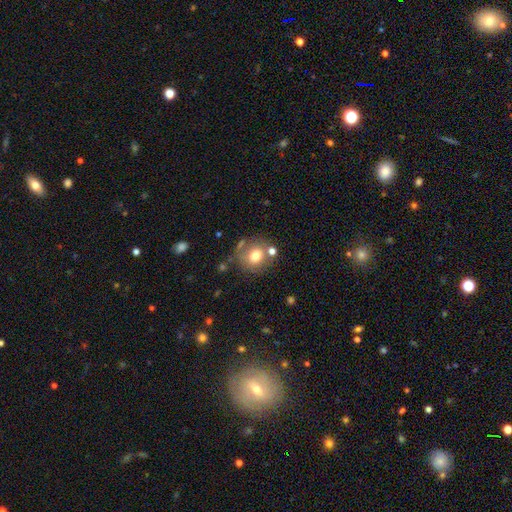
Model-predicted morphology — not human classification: A smooth galaxy with no disk features (73%) that is round (81%).

Vote fractions:
- Smooth or featured? smooth: 73% / featured or disk: 16% / star or artifact: 11%
- How rounded? round: 81% / in between: 19% / cigar-shaped: 1%
- Merging? none: 68% / minor disturbance: 15% / merger: 12% / major disturbance: 6%